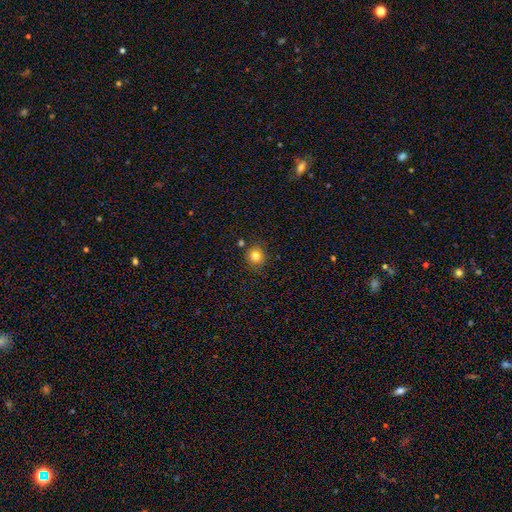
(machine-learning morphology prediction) This appears to be a smooth galaxy with no disk features (81%) that is round (88%). Merging: none (84%).